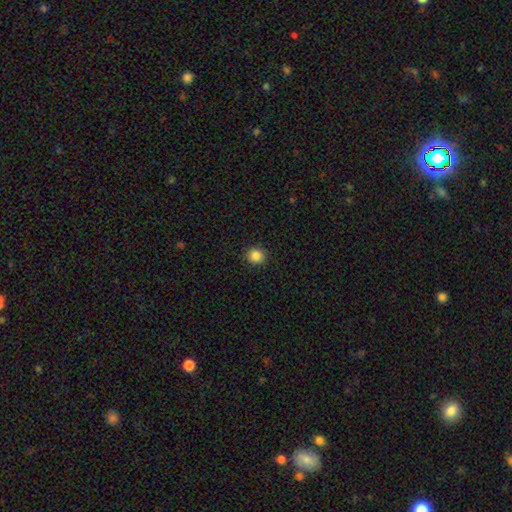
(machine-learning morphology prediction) Smooth or featured: smooth — 86% (star or artifact — 10%)
How rounded: round — 91% (in between — 8%)
Merging: none — 92% (minor disturbance — 5%)